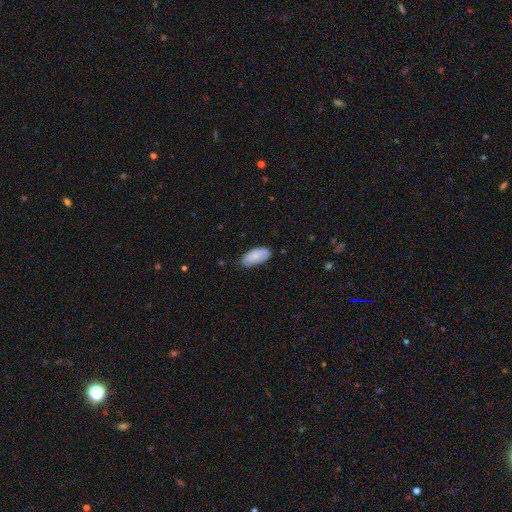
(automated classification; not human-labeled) This is clearly a smooth galaxy (81%). How rounded: clearly in between (93%). Merging: likely none (73%).